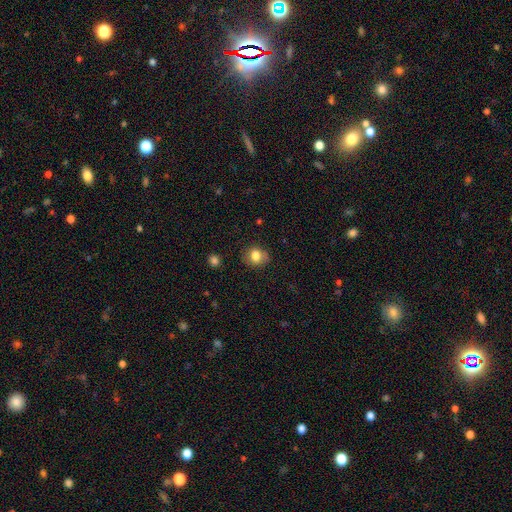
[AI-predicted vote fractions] This is likely a smooth galaxy (80%). How rounded: likely round (67%). Merging: likely none (78%).